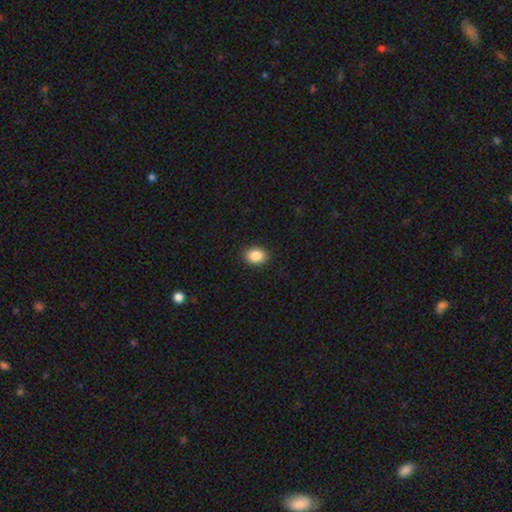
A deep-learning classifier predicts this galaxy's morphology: Smooth or featured? smooth (87%)
How rounded? in between (64%)
Merging? none (91%)